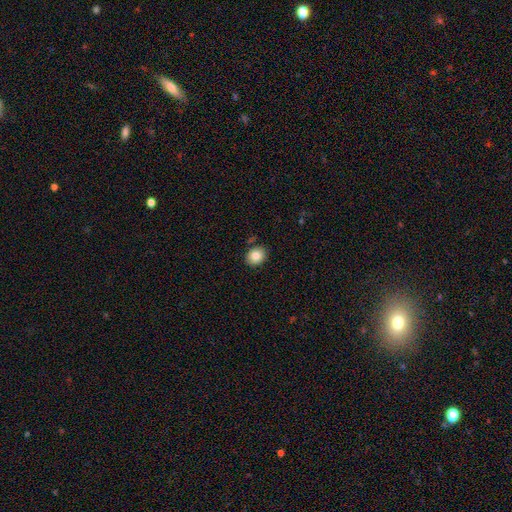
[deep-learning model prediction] smooth_or_featured: smooth (p=0.85) [alt: star or artifact p=0.09]
how_rounded: round (p=0.60) [alt: in between p=0.39]
merging: none (p=0.85) [alt: minor disturbance p=0.10]